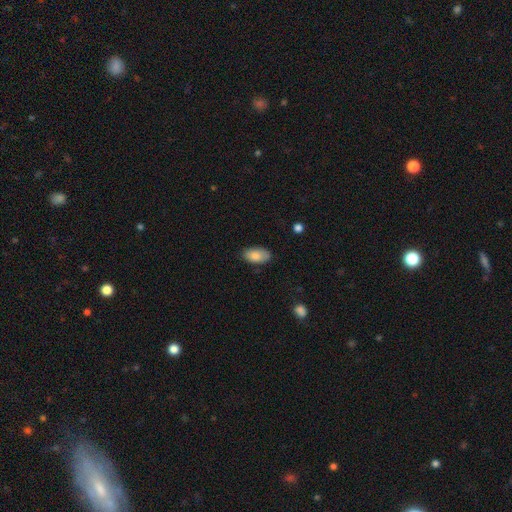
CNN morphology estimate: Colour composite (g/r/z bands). It shows a smooth galaxy with no disk features (84%) that is in between round and cigar-shaped (94%). Merging: none (79%).